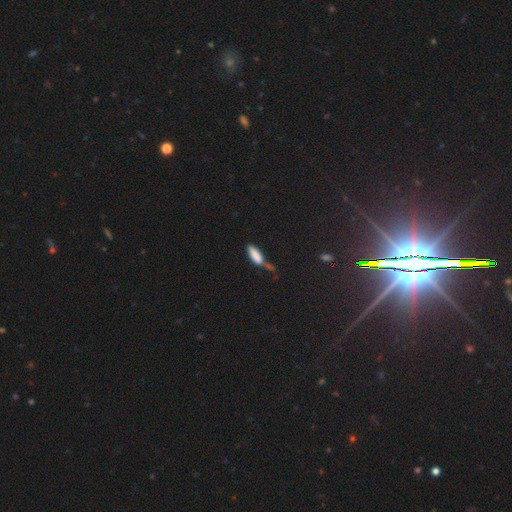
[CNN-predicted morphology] Overall: smooth (82%). How rounded: in between (55%; cigar-shaped 43%). Merging: none (39%; minor disturbance 32%).